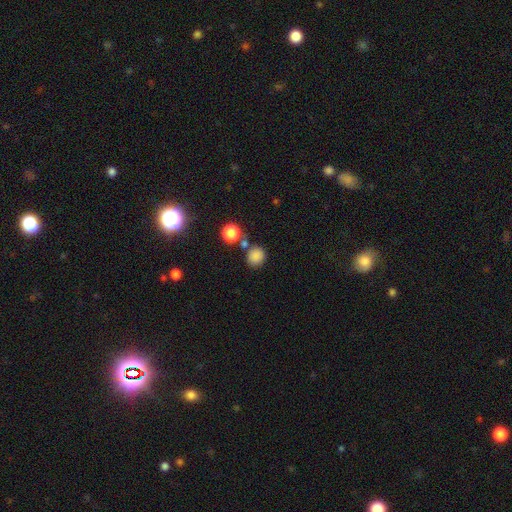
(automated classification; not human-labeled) This is clearly a smooth galaxy (83%). How rounded: clearly round (83%). Merging: likely none (70%).